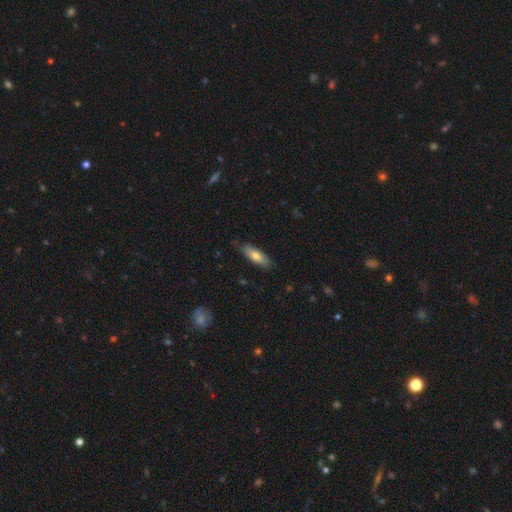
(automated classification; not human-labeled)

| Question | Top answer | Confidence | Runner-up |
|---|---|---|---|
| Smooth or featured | smooth | 73% | featured or disk (21%) |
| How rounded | in between | 58% | cigar-shaped (40%) |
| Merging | none | 78% | minor disturbance (18%) |